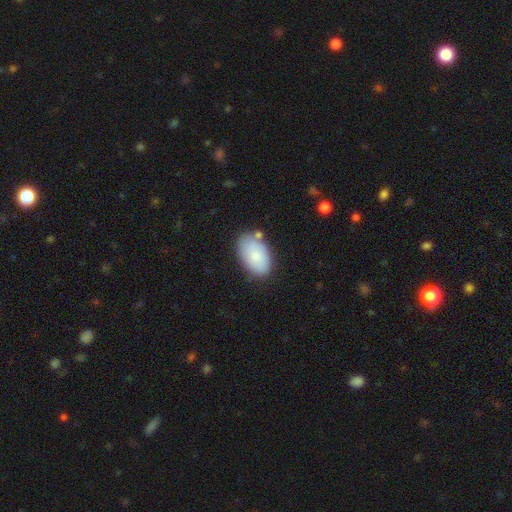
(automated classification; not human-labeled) Overall: smooth (78%). How rounded: in between (93%). Merging: none (71%).